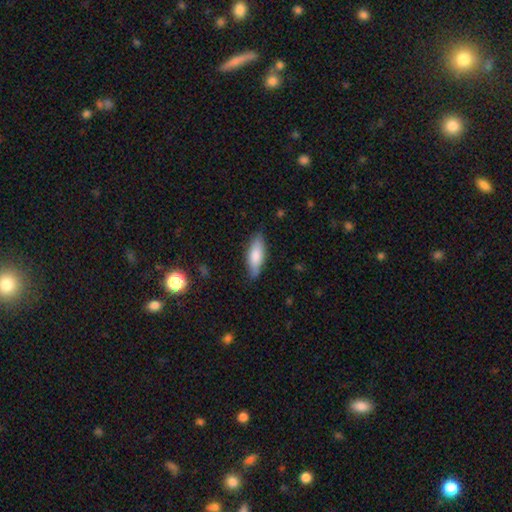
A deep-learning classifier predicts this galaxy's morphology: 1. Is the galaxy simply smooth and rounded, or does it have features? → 78% smooth, 16% featured or disk, 6% star or artifact.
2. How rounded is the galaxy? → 63% in between, 35% cigar-shaped, 2% round.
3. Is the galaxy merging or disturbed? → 81% none, 16% minor disturbance, 3% major disturbance, 1% merger.